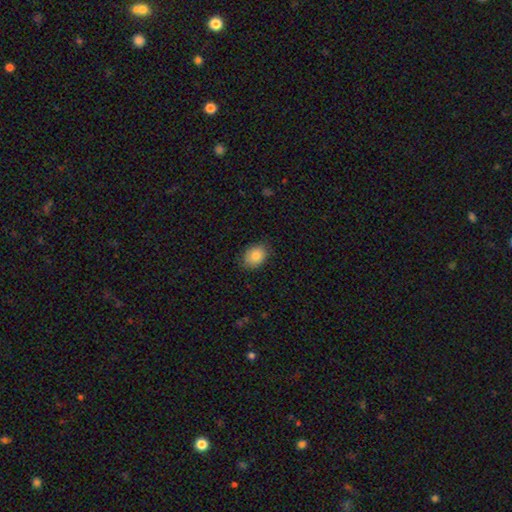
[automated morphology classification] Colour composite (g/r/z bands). It shows a smooth galaxy with no disk features (81%) that is in between round and cigar-shaped (63%). Merging: none (77%).